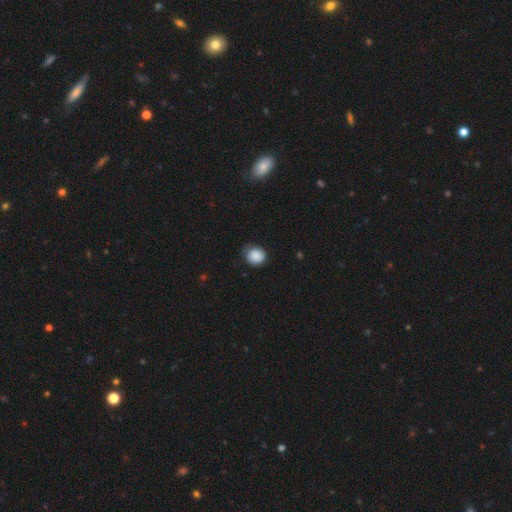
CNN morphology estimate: smooth 86%, star or artifact 7%, featured or disk 7%. Down the decision tree: how rounded — round (81%); merging — none (67%).